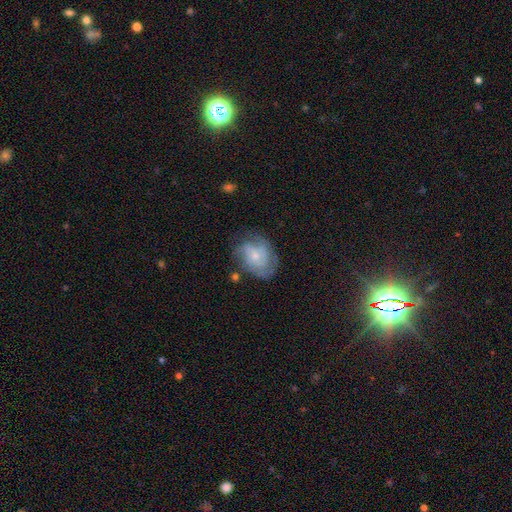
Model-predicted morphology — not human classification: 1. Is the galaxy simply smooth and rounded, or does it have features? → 68% featured or disk, 25% smooth, 7% star or artifact.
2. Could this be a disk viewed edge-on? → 97% no, 3% yes.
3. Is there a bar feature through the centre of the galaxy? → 71% no, 25% weak, 4% strong.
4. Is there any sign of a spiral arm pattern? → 86% yes, 14% no.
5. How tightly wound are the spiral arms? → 50% tight, 38% medium, 12% loose.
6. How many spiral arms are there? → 34% can't tell, 25% 3, 24% 2, 8% 4, 5% 1, 4% more than 4.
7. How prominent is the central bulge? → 65% small, 29% moderate, 4% none, 2% large, 1% dominant.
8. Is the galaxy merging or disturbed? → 62% none, 23% minor disturbance, 12% major disturbance, 3% merger.